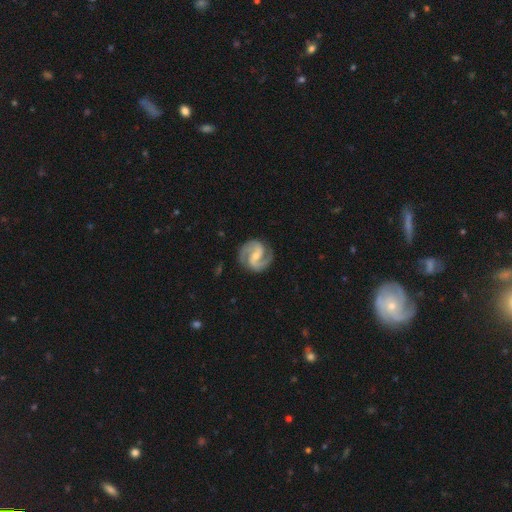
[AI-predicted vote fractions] This appears to be a featured or disk galaxy (92%) with a weak bar (48%), 2 (93%) medium (59%) spiral arms (98%) and a small central bulge (50%). Merging: none (85%).